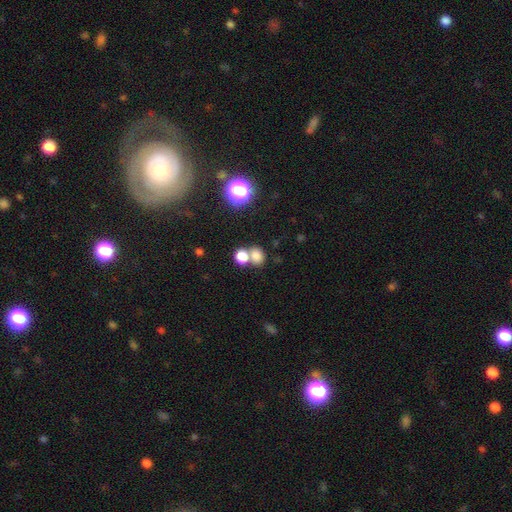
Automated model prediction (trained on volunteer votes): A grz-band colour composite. It shows a smooth galaxy with no disk features (76%) that is round (59%). Merging: none (47%).